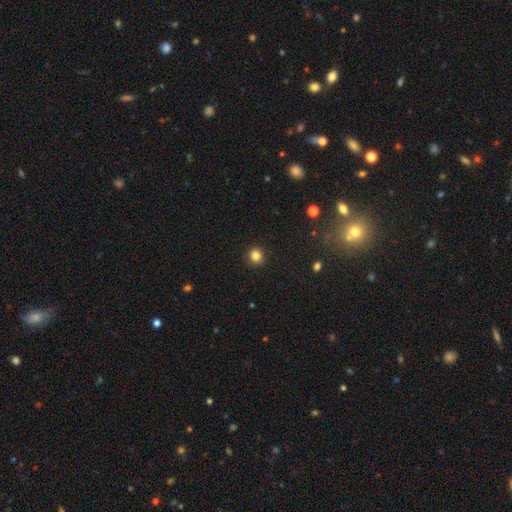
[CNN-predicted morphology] A smooth galaxy with no disk features (84%) that is round (88%). Merging: none (92%).